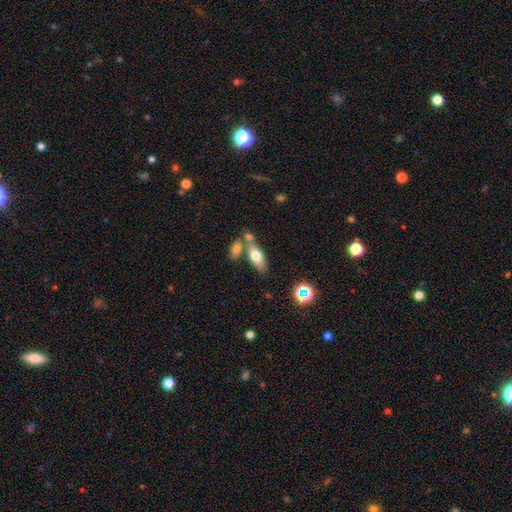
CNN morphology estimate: Overall: smooth (69%). How rounded: in between (78%). Merging: none (53%; merger 31%).